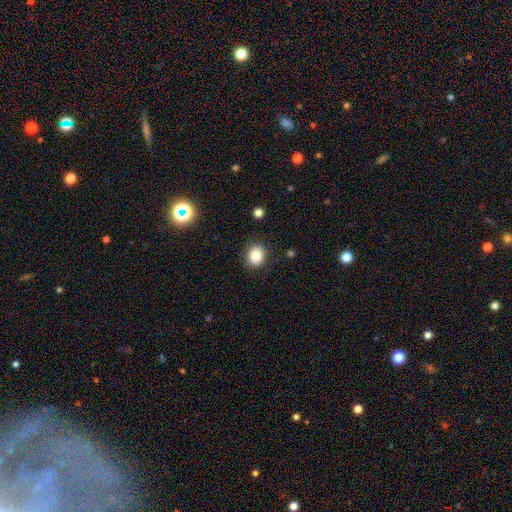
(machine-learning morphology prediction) Smooth or featured: smooth — 84% (star or artifact — 10%)
How rounded: round — 53% (in between — 46%)
Merging: none — 86% (minor disturbance — 10%)